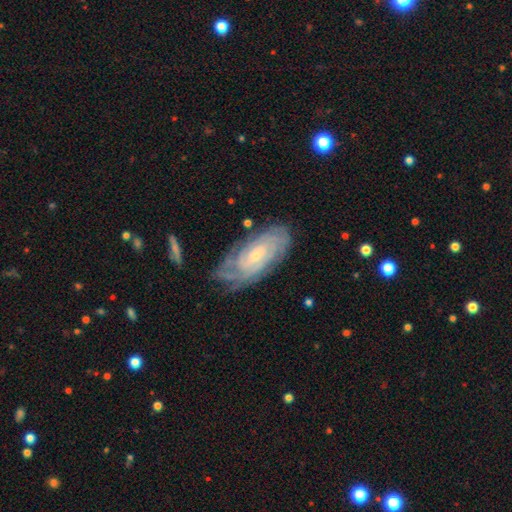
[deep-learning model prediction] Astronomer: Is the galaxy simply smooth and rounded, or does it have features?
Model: featured or disk — 83%.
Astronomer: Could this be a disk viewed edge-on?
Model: no — 93%.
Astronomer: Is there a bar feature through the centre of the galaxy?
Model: no — 55% (runner-up: weak, 36%).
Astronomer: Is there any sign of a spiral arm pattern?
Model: yes — 95%.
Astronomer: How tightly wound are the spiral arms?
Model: tight — 79%.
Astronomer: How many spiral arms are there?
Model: can't tell — 43% (runner-up: 2, 20%).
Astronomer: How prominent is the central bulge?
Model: small — 64%.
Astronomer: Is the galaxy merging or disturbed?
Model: none — 70%.